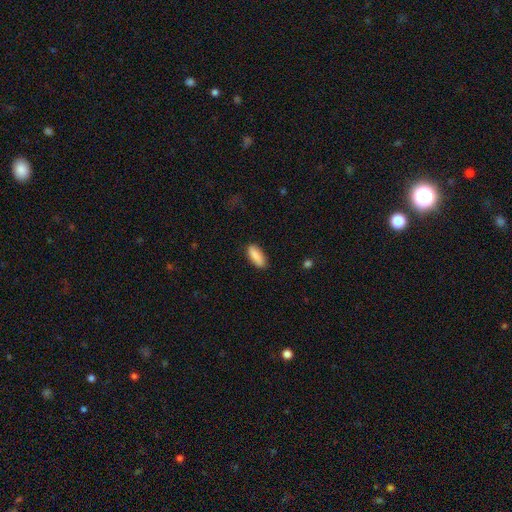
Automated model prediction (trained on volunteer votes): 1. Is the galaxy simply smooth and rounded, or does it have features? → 88% smooth, 6% star or artifact, 6% featured or disk.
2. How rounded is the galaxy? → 73% in between, 26% cigar-shaped, 2% round.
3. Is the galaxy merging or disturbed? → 86% none, 11% minor disturbance, 2% major disturbance, 1% merger.